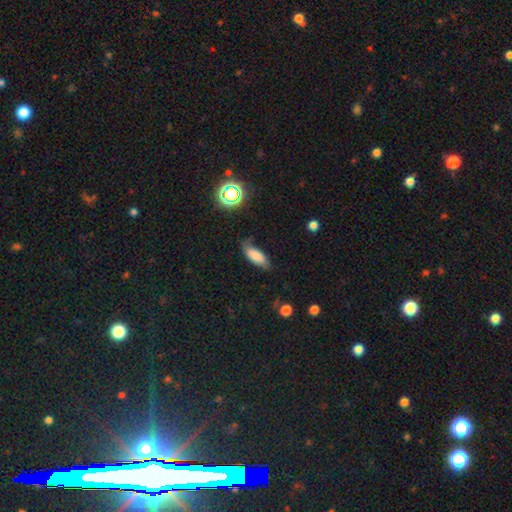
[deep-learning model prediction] smooth_or_featured: smooth (p=0.78) [alt: featured or disk p=0.13]
how_rounded: in between (p=0.73) [alt: cigar-shaped p=0.24]
merging: none (p=0.64) [alt: minor disturbance p=0.27]